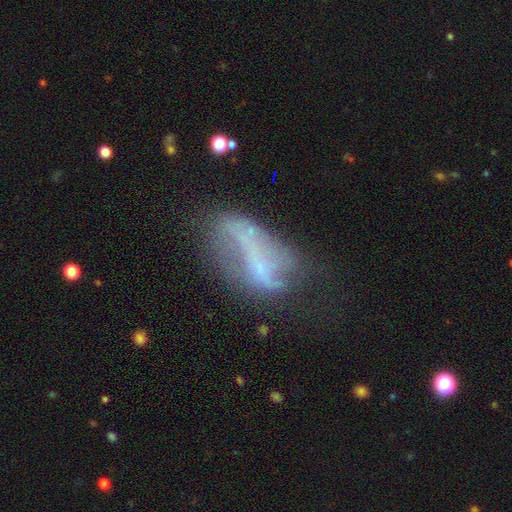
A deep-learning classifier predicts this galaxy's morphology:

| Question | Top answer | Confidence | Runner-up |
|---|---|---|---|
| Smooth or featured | featured or disk | 54% | smooth (33%) |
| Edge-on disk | no | 86% | yes (14%) |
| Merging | major disturbance | 34% | none (32%) |